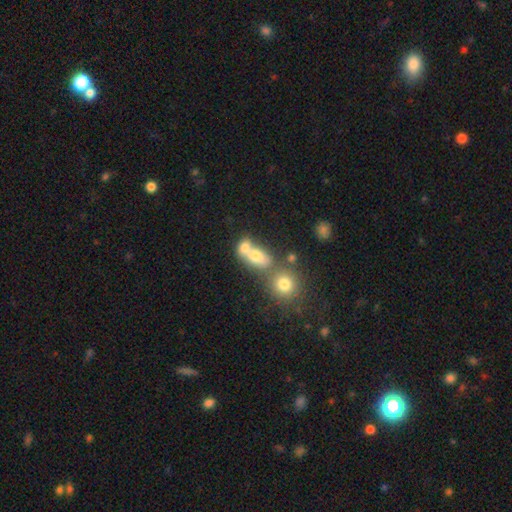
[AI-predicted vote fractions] This appears to be a smooth galaxy with no disk features (70%) that is in between round and cigar-shaped (68%). Merging: merger (53%).